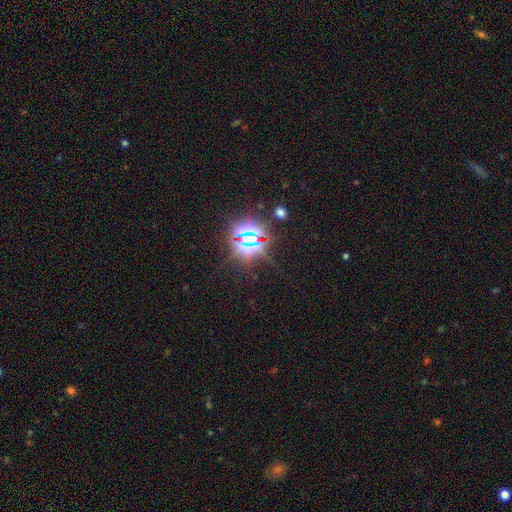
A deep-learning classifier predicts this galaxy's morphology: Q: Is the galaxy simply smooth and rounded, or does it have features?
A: star or artifact — 84%.